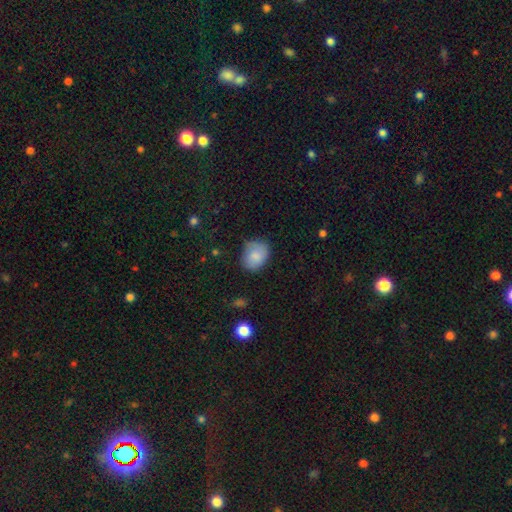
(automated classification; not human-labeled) Overall: smooth (81%). How rounded: in between (56%; round 43%). Merging: none (64%; minor disturbance 27%).